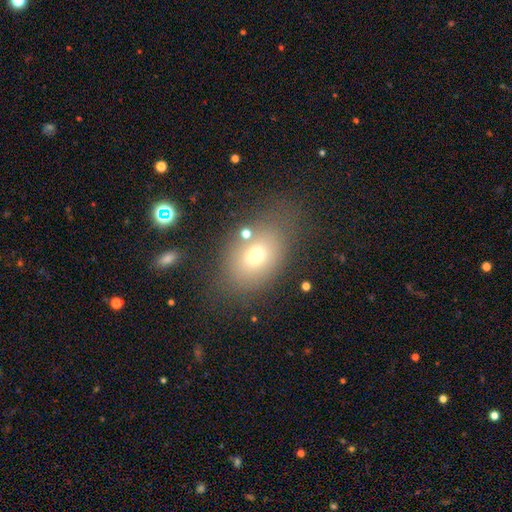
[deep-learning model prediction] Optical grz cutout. It shows a smooth galaxy with no disk features (68%) that is in between round and cigar-shaped (71%). Merging: none (63%).